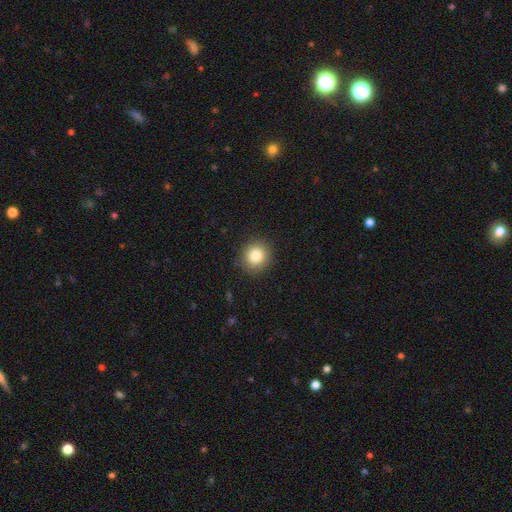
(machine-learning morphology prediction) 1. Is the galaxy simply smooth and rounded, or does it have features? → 83% smooth, 10% star or artifact, 7% featured or disk.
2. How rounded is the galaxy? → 89% round, 10% in between, 1% cigar-shaped.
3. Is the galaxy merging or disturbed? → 90% none, 7% minor disturbance, 2% major disturbance, 1% merger.